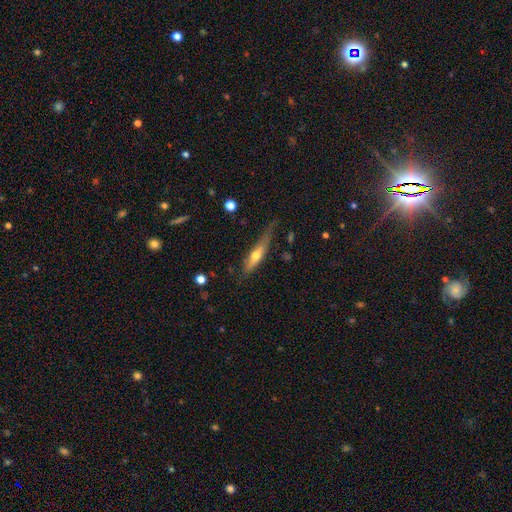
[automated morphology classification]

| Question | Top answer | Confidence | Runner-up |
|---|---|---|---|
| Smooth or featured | featured or disk | 50% | smooth (45%) |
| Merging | none | 58% | minor disturbance (29%) |